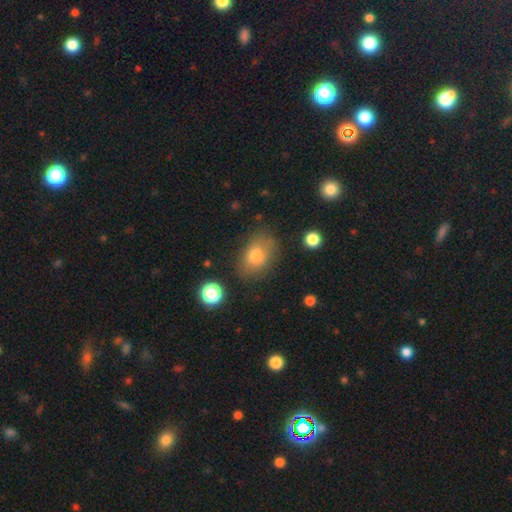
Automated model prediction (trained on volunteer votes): smooth_or_featured: smooth (p=0.76) [alt: featured or disk p=0.14]
how_rounded: in between (p=0.77) [alt: round p=0.22]
merging: none (p=0.72) [alt: minor disturbance p=0.19]